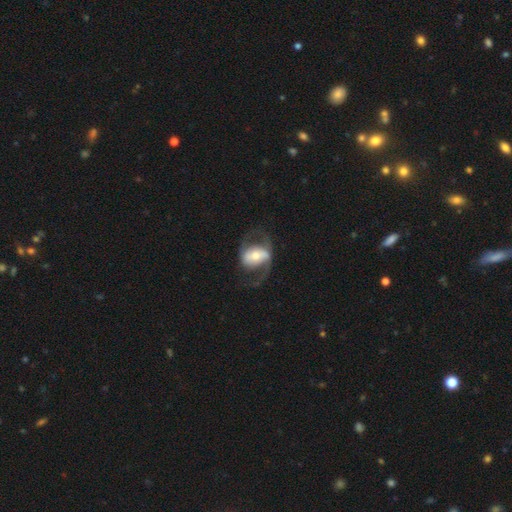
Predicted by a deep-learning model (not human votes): Overall: featured or disk (74%). Edge-on disk: no (95%). Bar: strong (41%; weak 30%). Spiral arms: yes (80%). Spiral arm count: 2 (86%). Spiral winding: medium (46%; loose 40%). Bulge size: moderate (48%; small 35%). Merging: none (60%; major disturbance 22%).